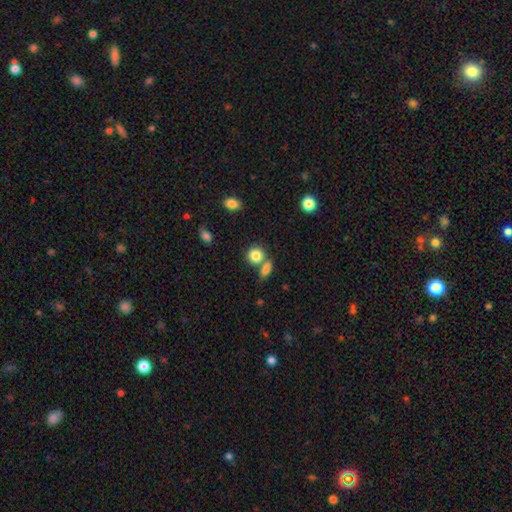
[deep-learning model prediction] This is clearly a smooth galaxy (83%). How rounded: likely round (79%). Merging: possibly none (55%).